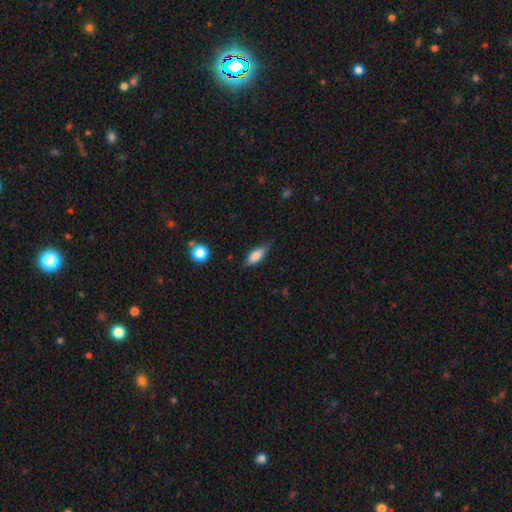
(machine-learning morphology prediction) Overall: smooth (74%). How rounded: in between (66%; cigar-shaped 31%). Merging: none (73%).